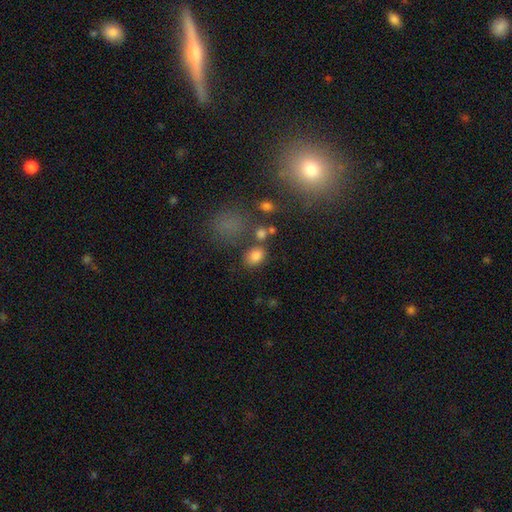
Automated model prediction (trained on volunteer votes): The model was most divided on "how rounded": in between: 70%, round: 29%, cigar-shaped: 1%. More confident: smooth or featured — smooth (81%); merging — none (69%).